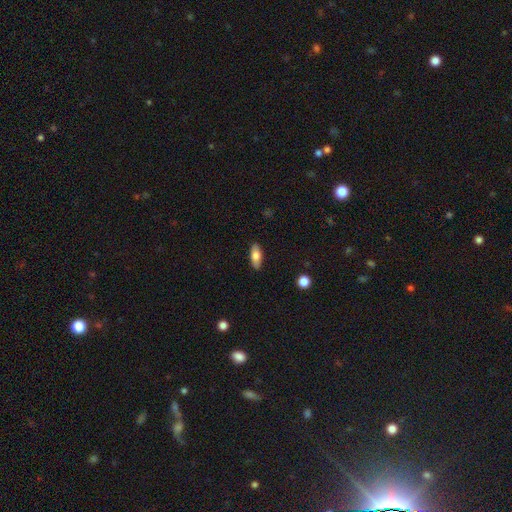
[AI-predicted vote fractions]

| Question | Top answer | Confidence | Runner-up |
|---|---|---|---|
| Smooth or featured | smooth | 77% | featured or disk (16%) |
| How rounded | in between | 77% | cigar-shaped (21%) |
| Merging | none | 88% | minor disturbance (9%) |